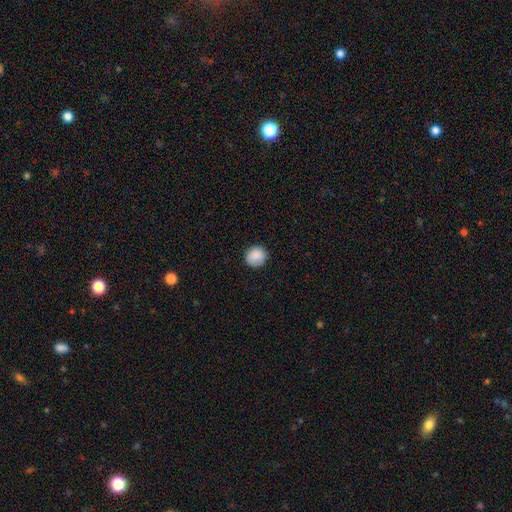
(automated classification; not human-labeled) A smooth galaxy with no disk features (88%) that is round (92%).

Vote fractions:
- Smooth or featured? smooth: 88% / star or artifact: 8% / featured or disk: 4%
- How rounded? round: 92% / in between: 7% / cigar-shaped: 1%
- Merging? none: 87% / minor disturbance: 10% / major disturbance: 2% / merger: 1%